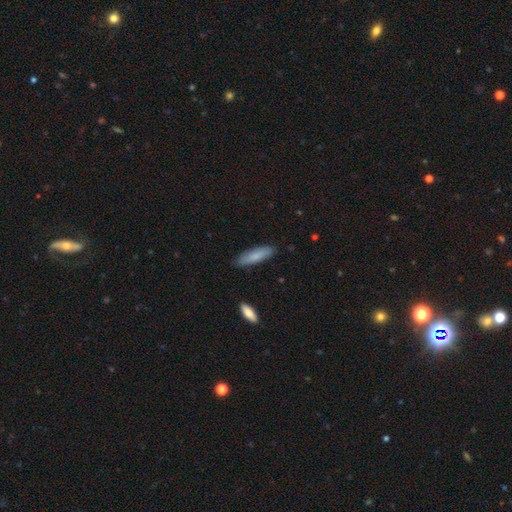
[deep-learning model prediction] smooth-or-featured: smooth: 81% | featured or disk: 13% | star or artifact: 6%
  how-rounded: cigar-shaped: 66% | in between: 32% | round: 1%
  merging: none: 86% | minor disturbance: 11% | major disturbance: 2% | merger: 1%